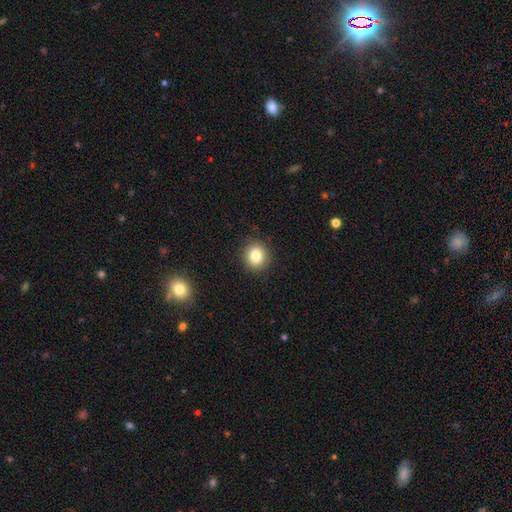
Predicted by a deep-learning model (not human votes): smooth 82%, star or artifact 10%, featured or disk 7%. Down the decision tree: how rounded — round (86%); merging — none (89%).